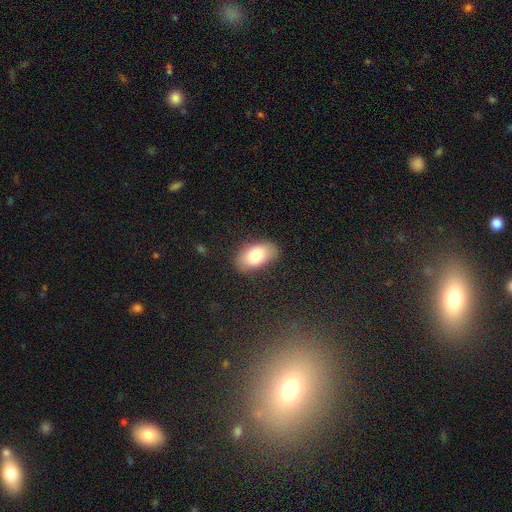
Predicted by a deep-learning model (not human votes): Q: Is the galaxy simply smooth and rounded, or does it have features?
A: smooth — 79%.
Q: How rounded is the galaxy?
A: in between — 93%.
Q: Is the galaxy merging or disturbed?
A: none — 83%.